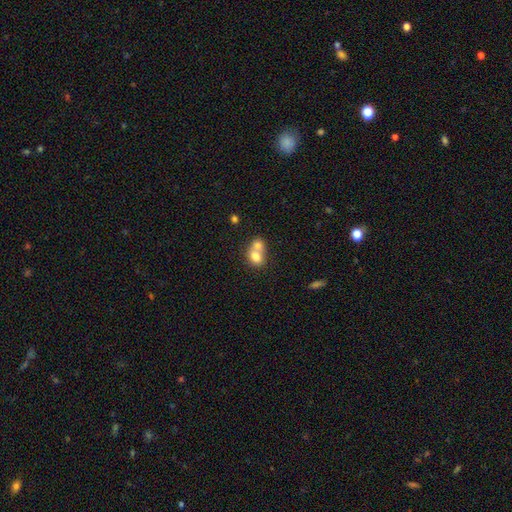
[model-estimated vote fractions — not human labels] Smooth or featured?
  - smooth: 74% *
  - featured or disk: 17%
  - star or artifact: 9%
How rounded?
  - round: 52% *
  - in between: 47%
  - cigar-shaped: 1%
Merging?
  - merger: 70% *
  - none: 22%
  - minor disturbance: 6%
  - major disturbance: 3%